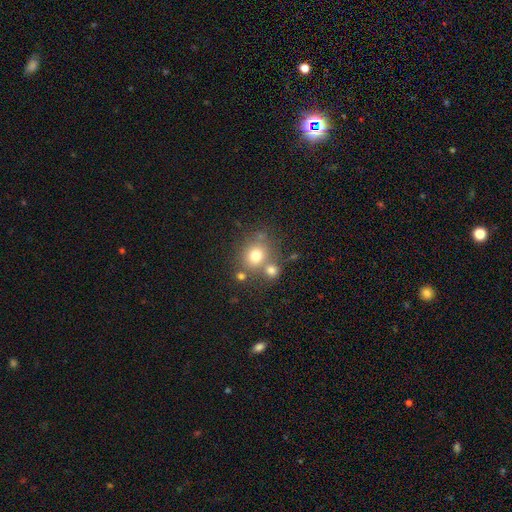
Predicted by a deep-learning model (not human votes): Q: Smooth or featured?
A: smooth (73%); runner-up: star or artifact (14%)
Q: How rounded?
A: round (78%); runner-up: in between (21%)
Q: Merging?
A: none (58%); runner-up: merger (27%)